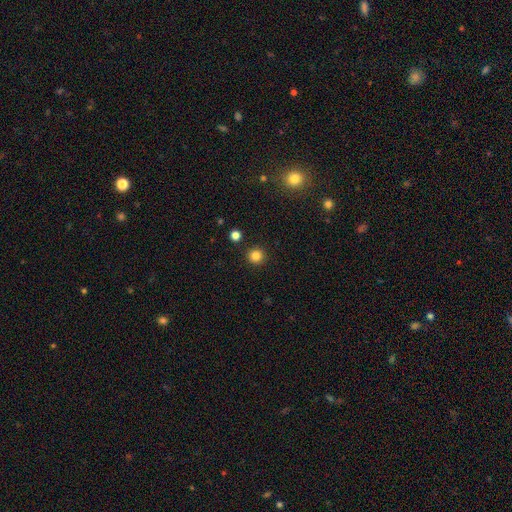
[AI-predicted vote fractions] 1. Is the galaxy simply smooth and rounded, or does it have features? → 83% smooth, 13% star or artifact, 4% featured or disk.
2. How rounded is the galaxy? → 95% round, 4% in between, 1% cigar-shaped.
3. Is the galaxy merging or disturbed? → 92% none, 5% minor disturbance, 2% merger, 2% major disturbance.